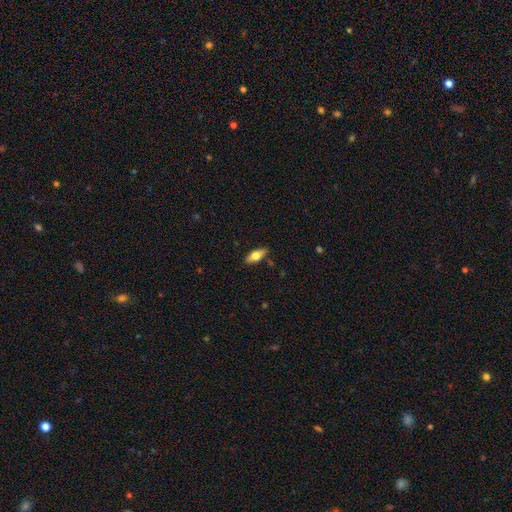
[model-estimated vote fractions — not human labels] Smooth or featured: smooth — 61% (featured or disk — 33%)
How rounded: in between — 77% (cigar-shaped — 20%)
Merging: none — 86% (minor disturbance — 10%)